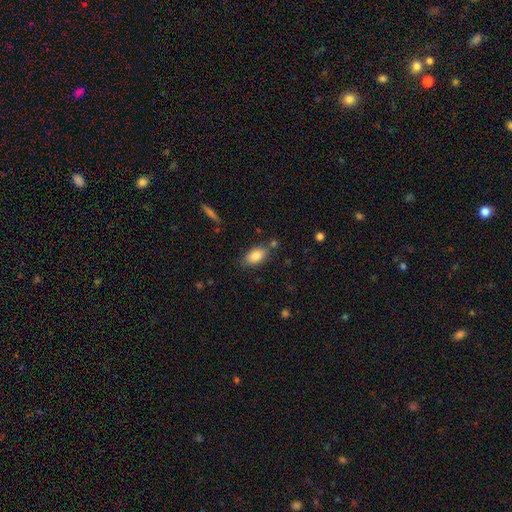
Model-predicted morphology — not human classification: Smooth or featured? Predicted: smooth (p=0.85). How rounded? Predicted: in between (p=0.90). Merging? Predicted: none (p=0.75).